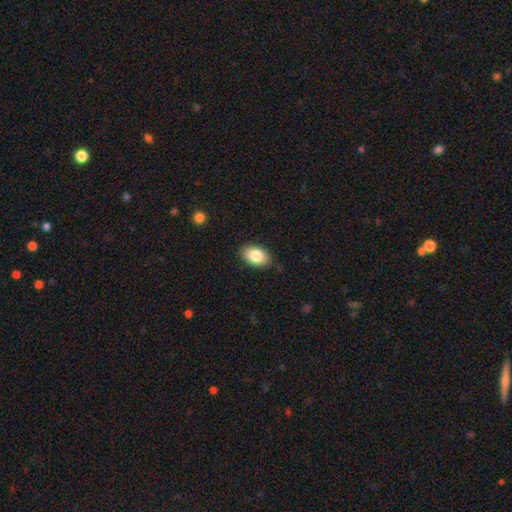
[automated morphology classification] This appears to be a smooth galaxy with no disk features (84%) that is in between round and cigar-shaped (91%). Merging: none (85%).